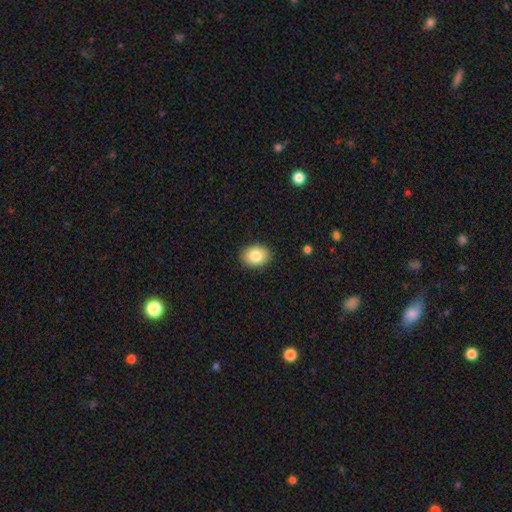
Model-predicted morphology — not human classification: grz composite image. It shows a smooth galaxy with no disk features (84%) that is in between round and cigar-shaped (60%). Merging: none (90%).